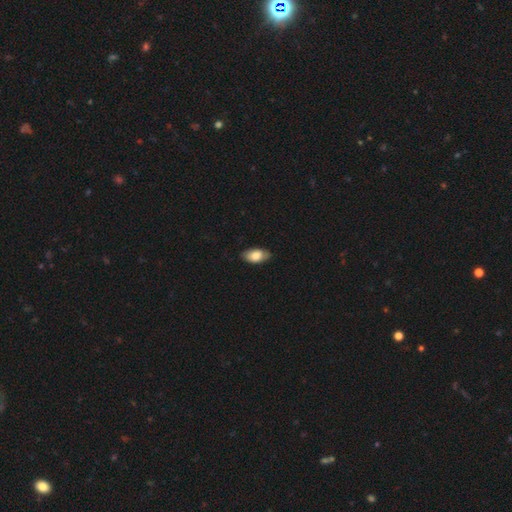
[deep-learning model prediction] Smooth or featured? smooth (81%)
How rounded? in between (94%)
Merging? none (84%)